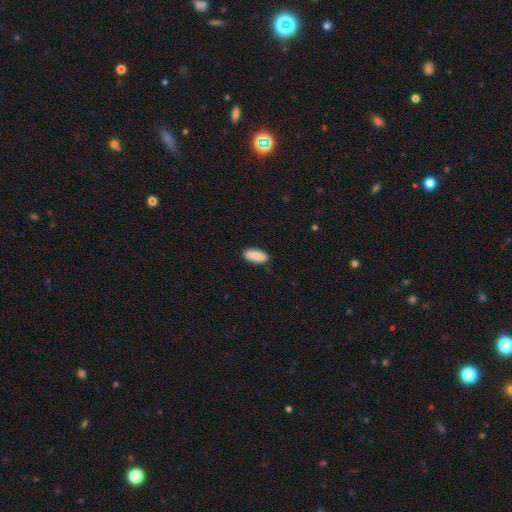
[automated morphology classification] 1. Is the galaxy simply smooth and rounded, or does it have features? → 85% smooth, 9% featured or disk, 6% star or artifact.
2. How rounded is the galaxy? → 88% in between, 10% cigar-shaped, 2% round.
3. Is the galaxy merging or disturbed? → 86% none, 11% minor disturbance, 2% major disturbance, 1% merger.